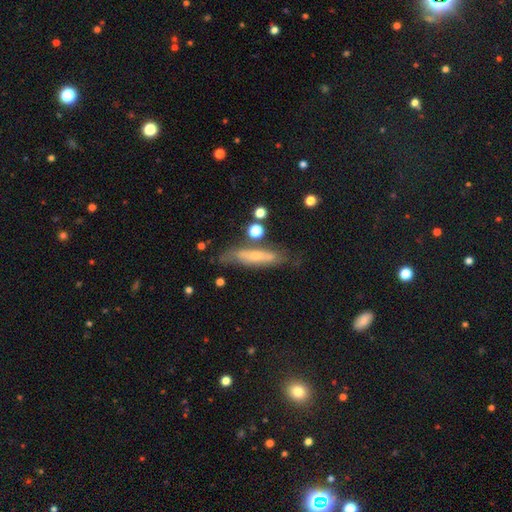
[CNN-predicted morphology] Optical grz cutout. It shows a featured or disk galaxy (56%) viewed edge-on (60%). Merging: none (66%).